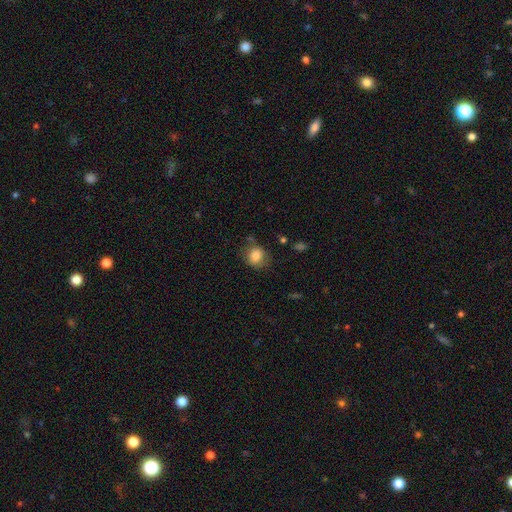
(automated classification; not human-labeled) Smooth or featured? smooth (81%)
How rounded? round (70%)
Merging? none (70%)